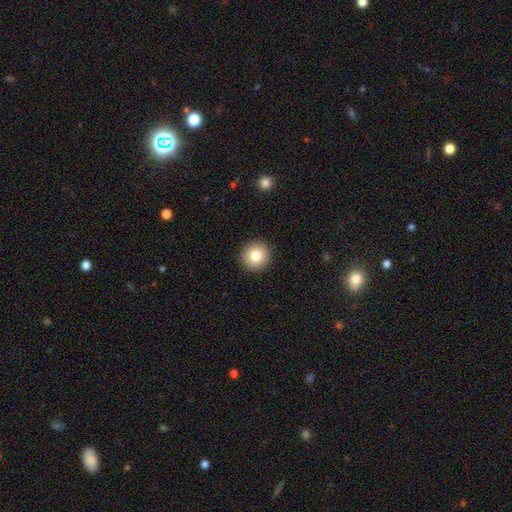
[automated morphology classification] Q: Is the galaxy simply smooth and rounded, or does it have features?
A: smooth — 82%.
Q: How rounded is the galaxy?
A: round — 94%.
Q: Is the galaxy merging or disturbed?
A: none — 92%.